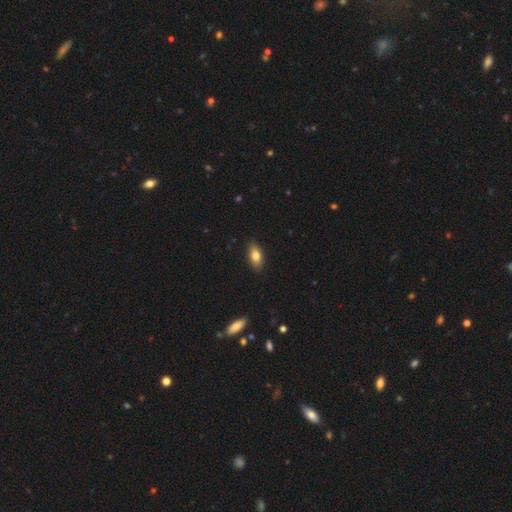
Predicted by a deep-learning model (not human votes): smooth-or-featured: smooth: 81% | featured or disk: 12% | star or artifact: 7%
  how-rounded: in between: 88% | cigar-shaped: 8% | round: 4%
  merging: none: 88% | minor disturbance: 9% | major disturbance: 2% | merger: 1%